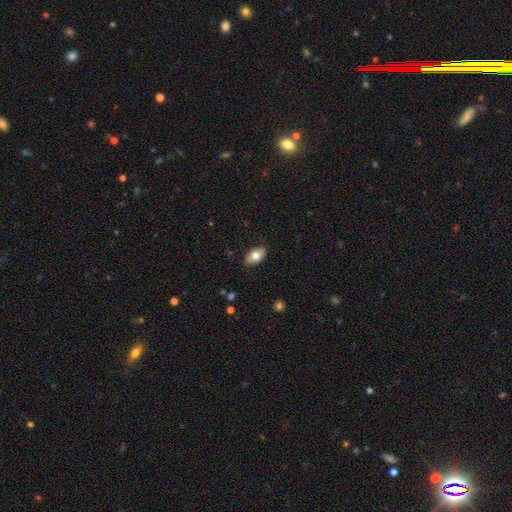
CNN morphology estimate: Smooth or featured?
  - smooth: 71% *
  - featured or disk: 22%
  - star or artifact: 7%
How rounded?
  - in between: 91% *
  - round: 7%
  - cigar-shaped: 2%
Merging?
  - none: 84% *
  - minor disturbance: 12%
  - major disturbance: 2%
  - merger: 1%